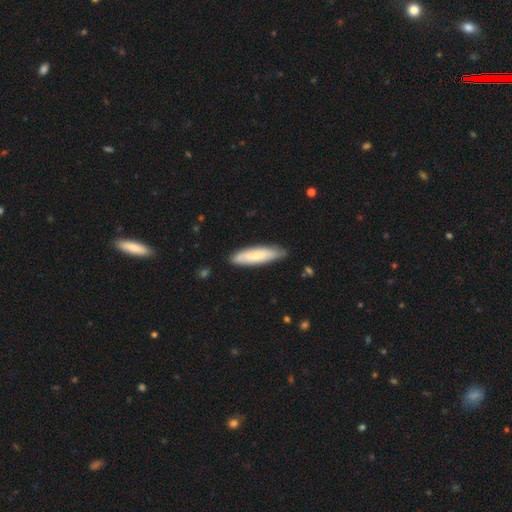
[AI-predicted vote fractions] A smooth galaxy with no disk features (67%) that is cigar-shaped (66%).

Vote fractions:
- Smooth or featured? smooth: 67% / featured or disk: 27% / star or artifact: 5%
- How rounded? cigar-shaped: 66% / in between: 32% / round: 1%
- Merging? none: 83% / minor disturbance: 14% / major disturbance: 2% / merger: 1%